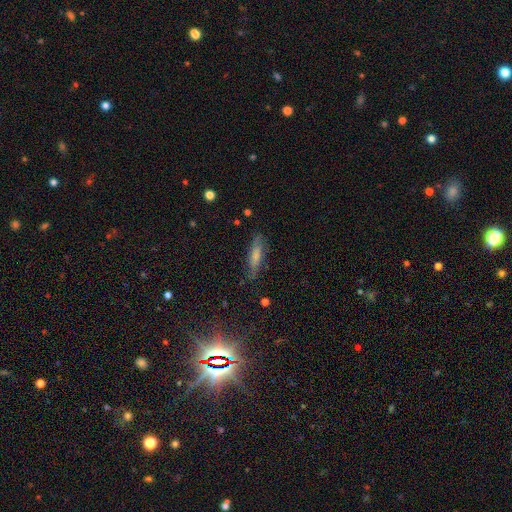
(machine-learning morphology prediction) The model was most divided on "how rounded": cigar-shaped: 65%, in between: 33%, round: 2%. More confident: merging — none (77%); smooth or featured — smooth (65%).